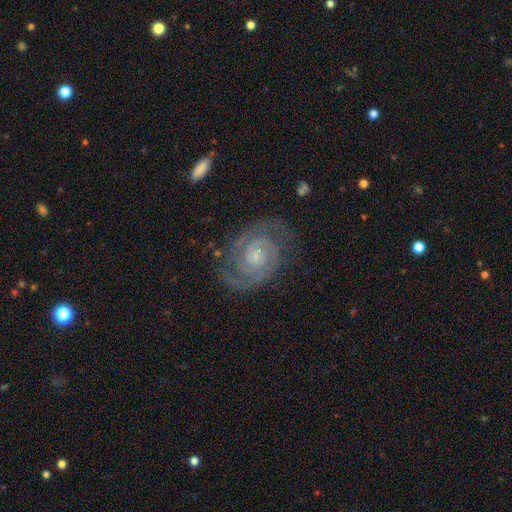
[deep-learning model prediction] Overall: featured or disk (91%). Edge-on disk: no (98%). Bar: no (65%; weak 28%). Spiral arms: yes (98%). Spiral arm count: 2 (87%). Spiral winding: tight (68%; medium 28%). Bulge size: small (67%). Merging: none (80%).